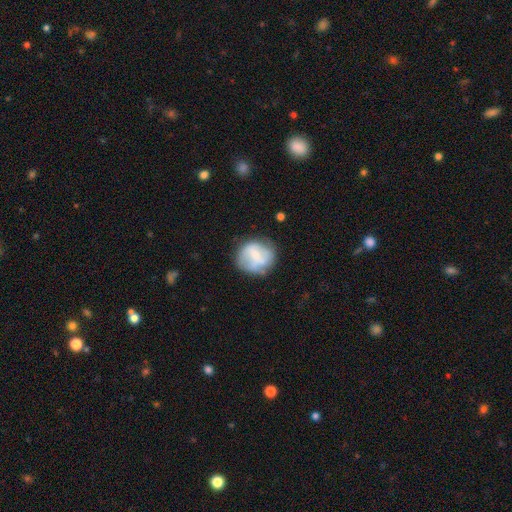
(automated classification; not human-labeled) smooth 57%, featured or disk 36%, star or artifact 8%. Down the decision tree: how rounded — round (83%); merging — none (64%).